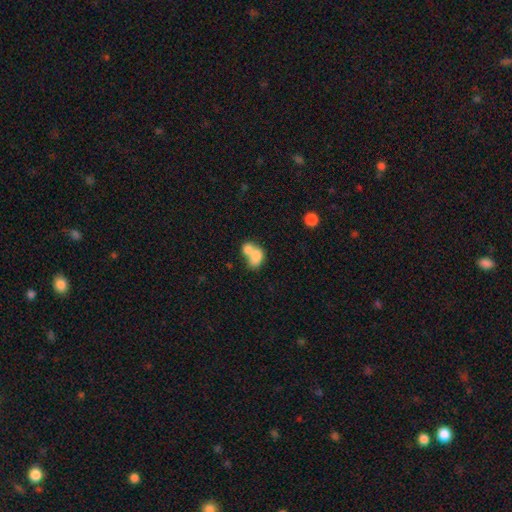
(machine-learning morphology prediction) smooth_or_featured: smooth (p=0.77) [alt: featured or disk p=0.15]
how_rounded: in between (p=0.69) [alt: round p=0.29]
merging: merger (p=0.71) [alt: none p=0.18]